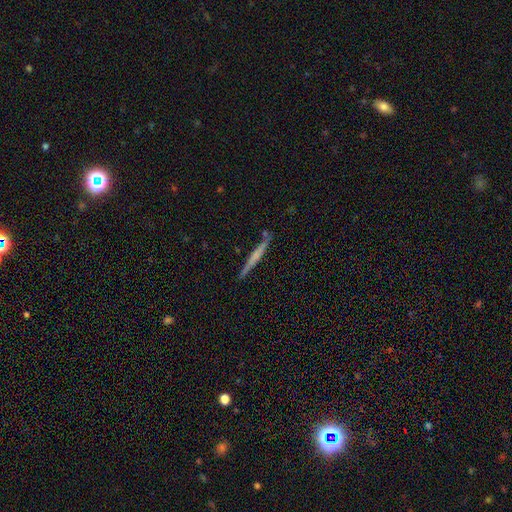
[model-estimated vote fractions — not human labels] featured or disk 55%, smooth 39%, star or artifact 6%. Down the decision tree: edge-on disk — yes (97%); edge-on bulge — none (52%); merging — none (85%).